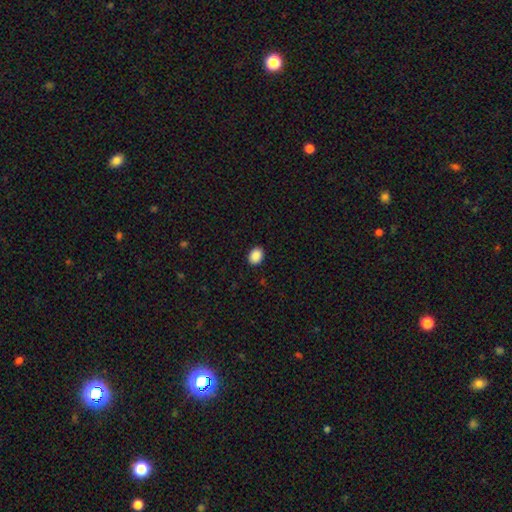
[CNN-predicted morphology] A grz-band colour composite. It shows a smooth galaxy with no disk features (90%) that is in between round and cigar-shaped (61%). Merging: none (90%).